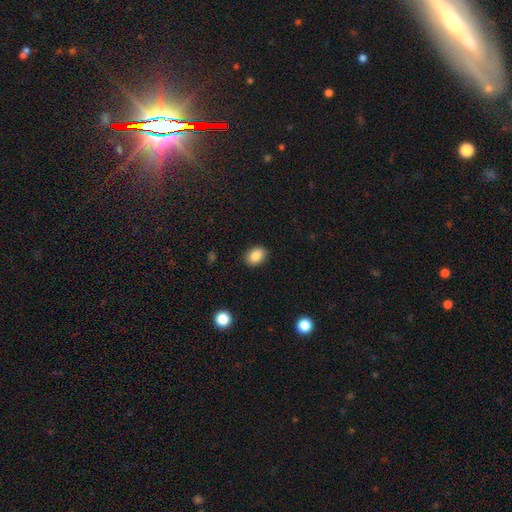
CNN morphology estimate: The model was most divided on "how rounded": in between: 75%, round: 24%, cigar-shaped: 1%. More confident: merging — none (89%); smooth or featured — smooth (87%).